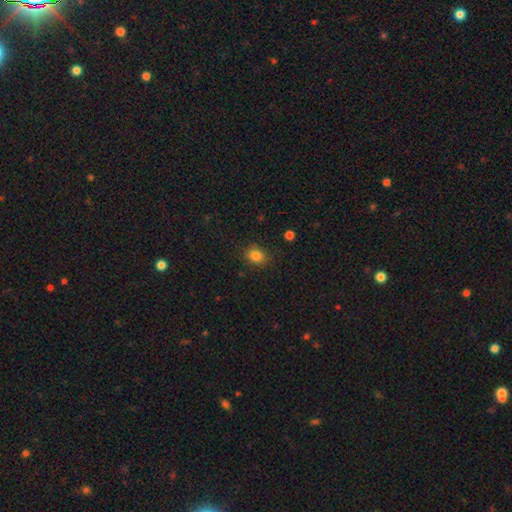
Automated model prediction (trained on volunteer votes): Morphology: type=smooth (83%); roundness=round (51%); merging=none (84%).